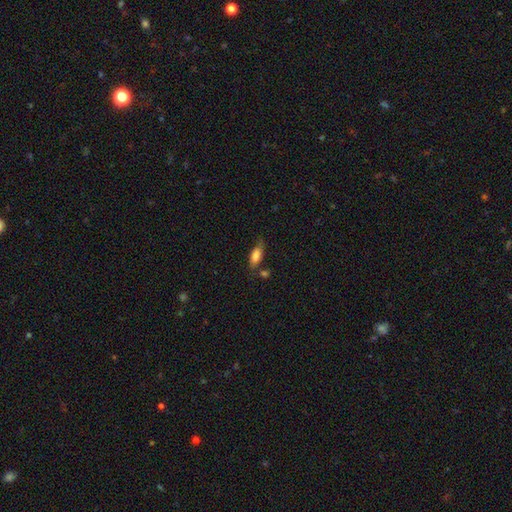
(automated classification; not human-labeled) The model was most divided on "merging": none: 60%, minor disturbance: 24%, merger: 9%, major disturbance: 7%. More confident: how rounded — in between (78%); smooth or featured — smooth (78%).